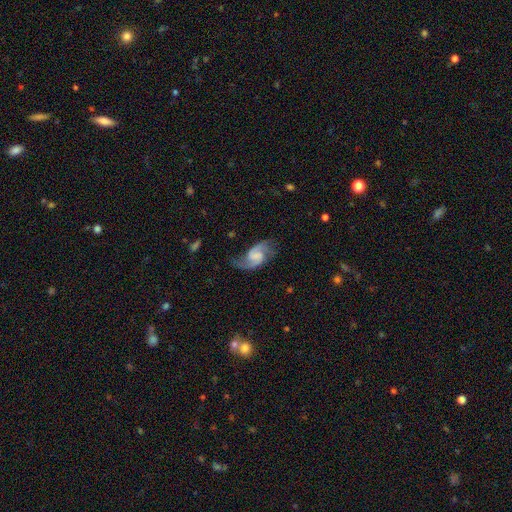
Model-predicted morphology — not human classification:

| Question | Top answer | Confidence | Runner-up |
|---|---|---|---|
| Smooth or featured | featured or disk | 85% | smooth (9%) |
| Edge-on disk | no | 98% | yes (2%) |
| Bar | weak | 48% | no (37%) |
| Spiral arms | yes | 96% | no (4%) |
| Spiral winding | loose | 46% | medium (44%) |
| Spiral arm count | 2 | 91% | 1 (3%) |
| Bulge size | none | 53% | small (22%) |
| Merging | none | 68% | minor disturbance (19%) |